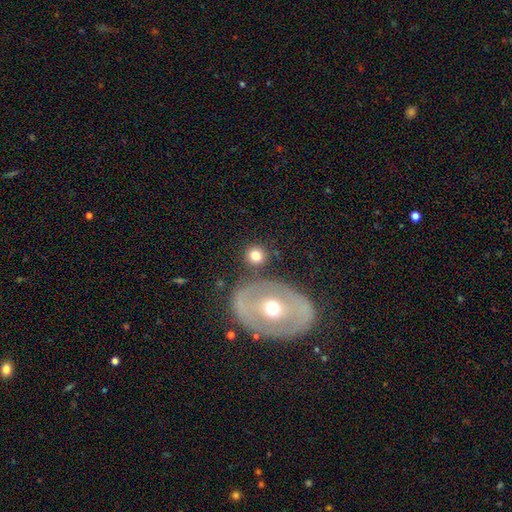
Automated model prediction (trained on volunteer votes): Smooth or featured? Predicted: smooth (p=0.74). How rounded? Predicted: round (p=0.86). Merging? Predicted: none (p=0.76).